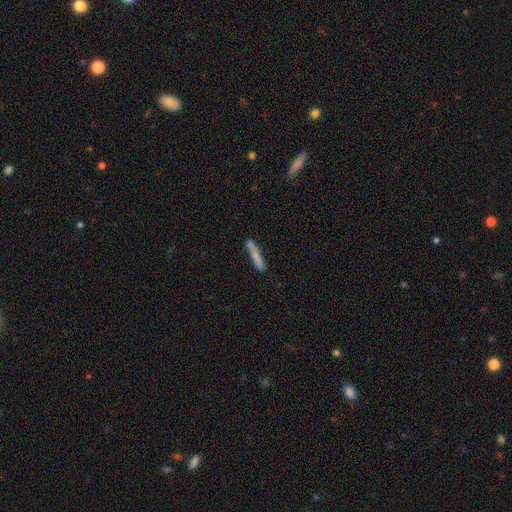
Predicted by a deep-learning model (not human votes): Smooth or featured? Predicted: smooth (p=0.71). How rounded? Predicted: cigar-shaped (p=0.92). Merging? Predicted: none (p=0.62).